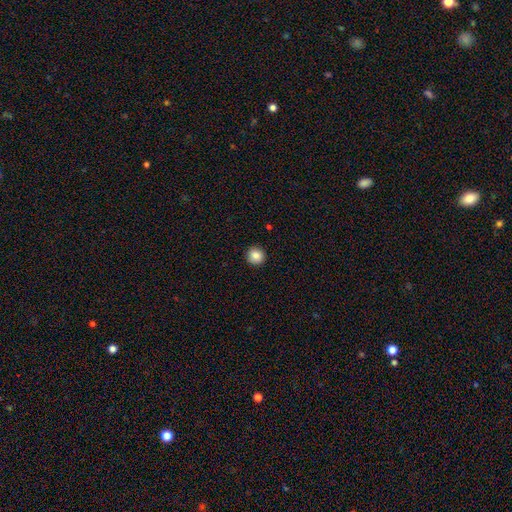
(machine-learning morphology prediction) This is clearly a smooth galaxy (86%). How rounded: clearly round (93%). Merging: clearly none (92%).